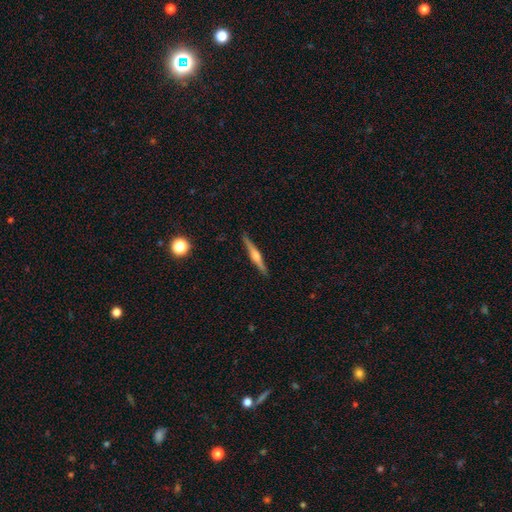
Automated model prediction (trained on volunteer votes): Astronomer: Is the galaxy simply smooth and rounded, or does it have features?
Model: featured or disk — 69%.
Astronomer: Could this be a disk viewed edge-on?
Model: yes — 98%.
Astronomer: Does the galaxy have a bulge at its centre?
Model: rounded — 82%.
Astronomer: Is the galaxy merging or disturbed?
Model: none — 90%.